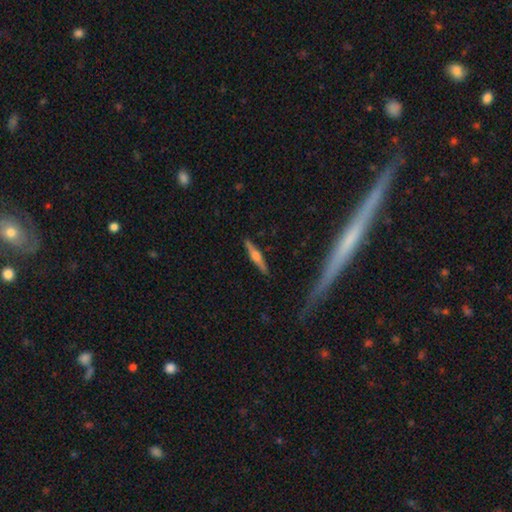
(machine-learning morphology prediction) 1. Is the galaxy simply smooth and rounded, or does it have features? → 62% featured or disk, 31% smooth, 6% star or artifact.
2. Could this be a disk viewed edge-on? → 97% yes, 3% no.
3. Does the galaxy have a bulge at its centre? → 83% rounded, 12% boxy, 6% none.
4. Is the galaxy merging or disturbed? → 89% none, 8% minor disturbance, 2% major disturbance, 1% merger.